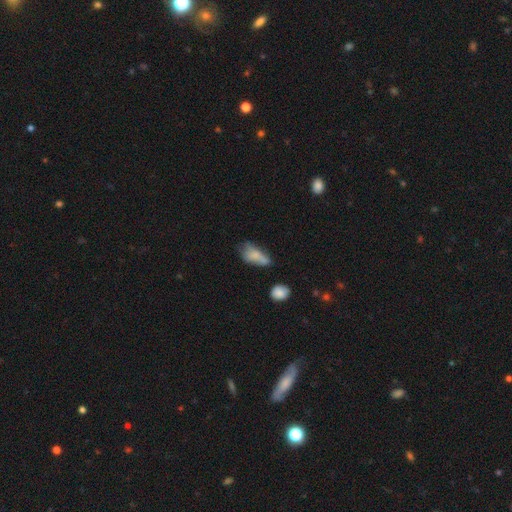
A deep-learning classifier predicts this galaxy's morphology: This is likely a smooth galaxy (68%). How rounded: clearly in between (83%). Merging: marginally minor disturbance (27%, tied with none).